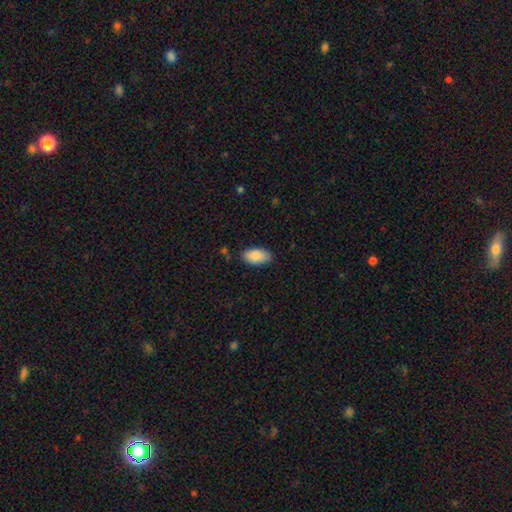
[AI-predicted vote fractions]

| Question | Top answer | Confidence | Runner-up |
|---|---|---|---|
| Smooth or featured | smooth | 86% | featured or disk (8%) |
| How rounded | in between | 95% | round (3%) |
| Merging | none | 83% | minor disturbance (13%) |